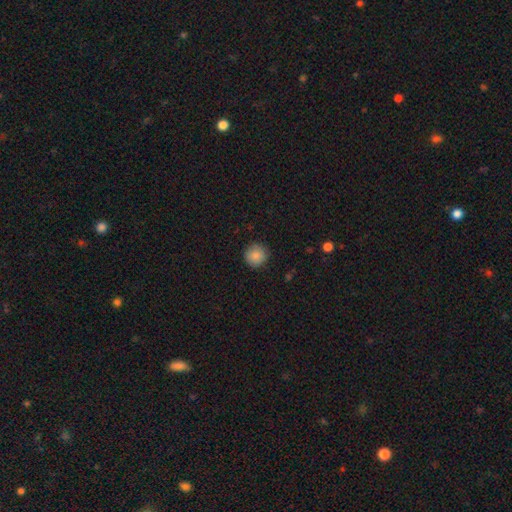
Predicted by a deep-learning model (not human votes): This is clearly a smooth galaxy (86%). How rounded: clearly round (95%). Merging: clearly none (89%).